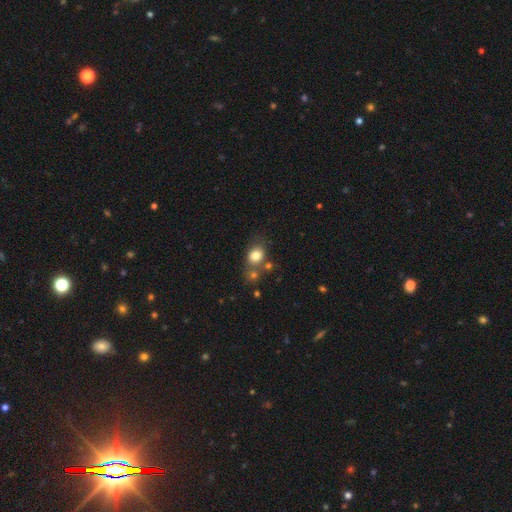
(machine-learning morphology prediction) A smooth galaxy with no disk features (79%) that is round (53%).

Vote fractions:
- Smooth or featured? smooth: 79% / star or artifact: 11% / featured or disk: 10%
- How rounded? round: 53% / in between: 46% / cigar-shaped: 1%
- Merging? none: 55% / merger: 22% / minor disturbance: 15% / major disturbance: 7%